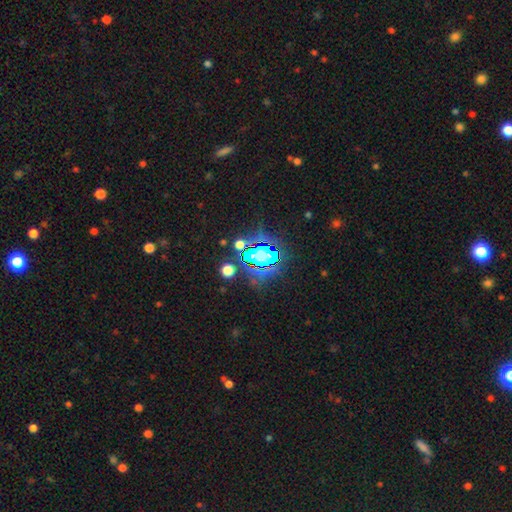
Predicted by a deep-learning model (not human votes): smooth_or_featured: star or artifact (p=0.73) [alt: smooth p=0.17]